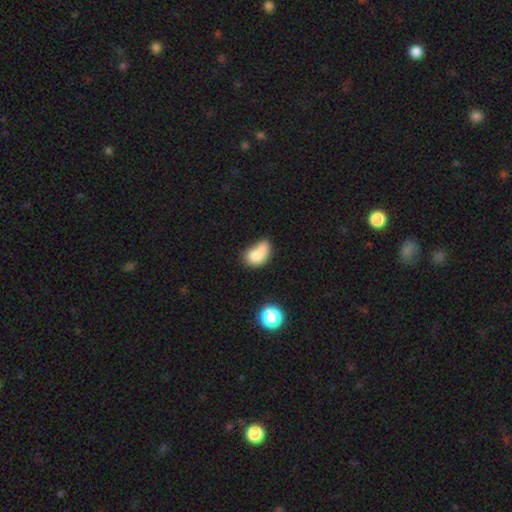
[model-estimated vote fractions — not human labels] smooth-or-featured: smooth: 74% | featured or disk: 14% | star or artifact: 11%
  how-rounded: in between: 80% | round: 17% | cigar-shaped: 3%
  merging: merger: 32% | none: 28% | minor disturbance: 24% | major disturbance: 16%